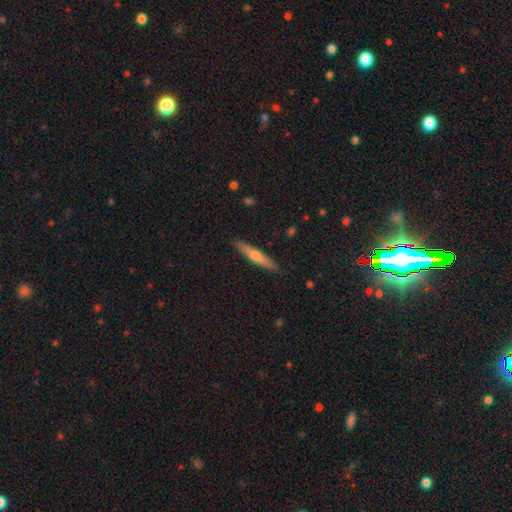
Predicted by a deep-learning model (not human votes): The model was most divided on "smooth or featured": featured or disk: 48%, smooth: 46%, star or artifact: 6%. More confident: merging — none (89%).